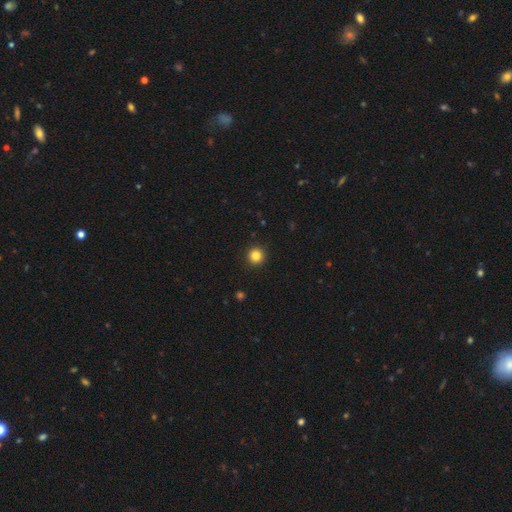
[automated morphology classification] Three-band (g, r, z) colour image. It shows a smooth galaxy with no disk features (84%) that is round (95%). Merging: none (93%).